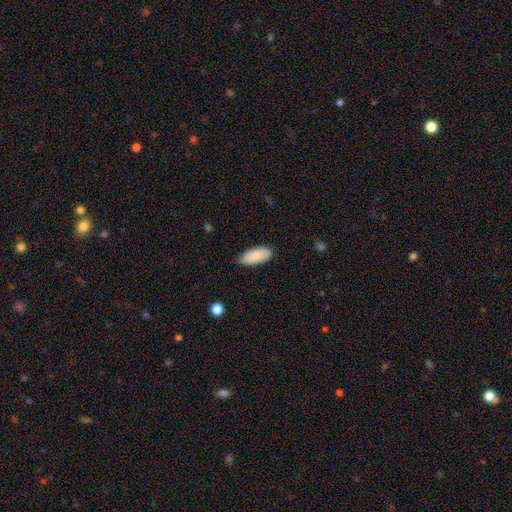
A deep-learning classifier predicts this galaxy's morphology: A smooth galaxy with no disk features (86%) that is in between round and cigar-shaped (88%). Merging: none (79%).